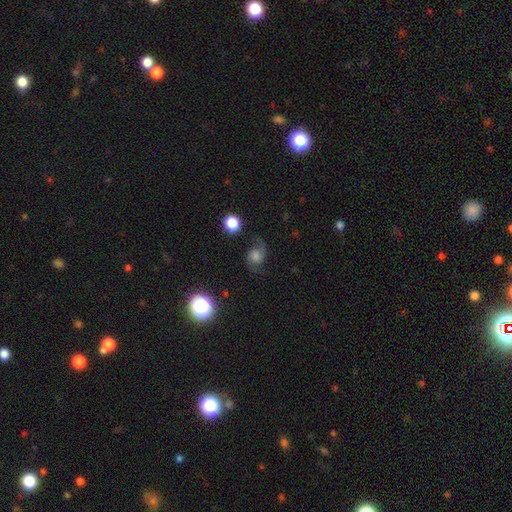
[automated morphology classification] smooth-or-featured: featured or disk: 60% | smooth: 27% | star or artifact: 13%
  disk-edge-on: no: 97% | yes: 3%
    bar: no: 67% | weak: 28% | strong: 5%
    has-spiral-arms: yes: 94% | no: 6%
      spiral-winding: loose: 49% | medium: 40% | tight: 11%
      spiral-arm-count: 2: 82% | 1: 11% | can't tell: 4% | 3: 1% | 4: 1% | more than 4: 1%
    bulge-size: moderate: 34% | large: 23% | small: 22% | none: 15% | dominant: 7%
  merging: none: 61% | minor disturbance: 21% | major disturbance: 15% | merger: 3%